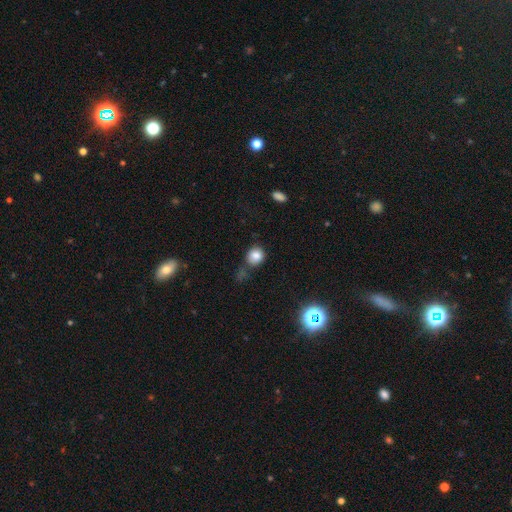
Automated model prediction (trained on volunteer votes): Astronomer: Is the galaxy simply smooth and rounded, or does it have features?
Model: smooth — 82%.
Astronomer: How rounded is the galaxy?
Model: round — 74%.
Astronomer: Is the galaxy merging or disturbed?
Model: none — 59%.